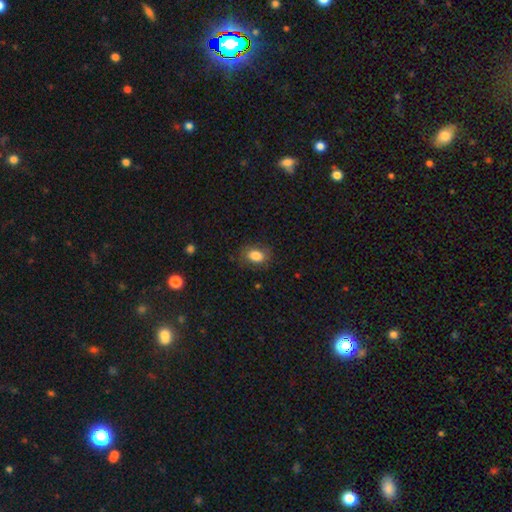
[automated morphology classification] This is clearly a smooth galaxy (84%). How rounded: likely in between (76%). Merging: likely none (80%).